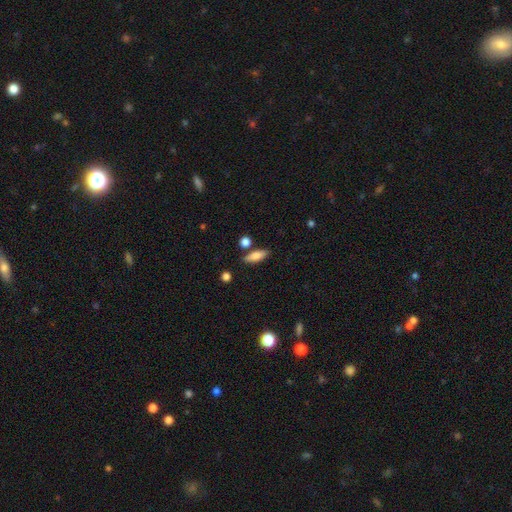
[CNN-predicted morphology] smooth 76%, featured or disk 17%, star or artifact 7%. Down the decision tree: how rounded — in between (59%); merging — none (79%).